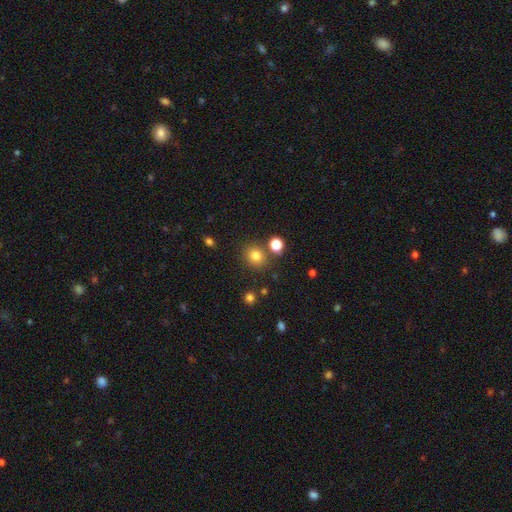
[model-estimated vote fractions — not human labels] smooth_or_featured: smooth (p=0.79) [alt: star or artifact p=0.14]
how_rounded: round (p=0.78) [alt: in between p=0.21]
merging: none (p=0.80) [alt: minor disturbance p=0.09]